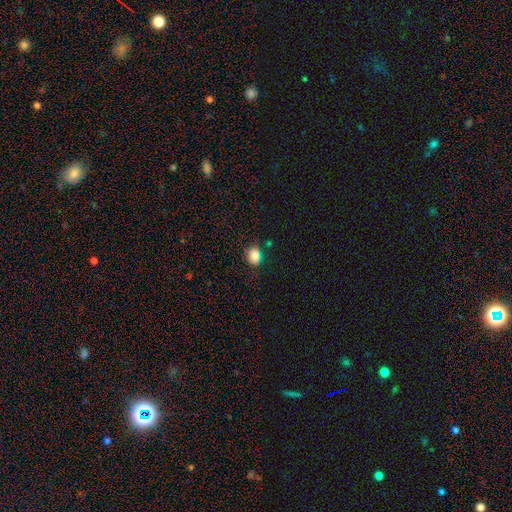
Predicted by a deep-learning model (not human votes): smooth 86%, star or artifact 10%, featured or disk 4%. Down the decision tree: how rounded — round (51%); merging — none (79%).